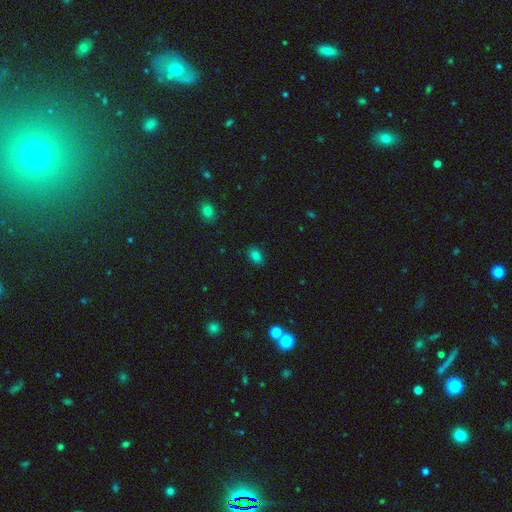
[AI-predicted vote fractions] This is clearly a smooth galaxy (81%). How rounded: clearly in between (86%). Merging: clearly none (86%).